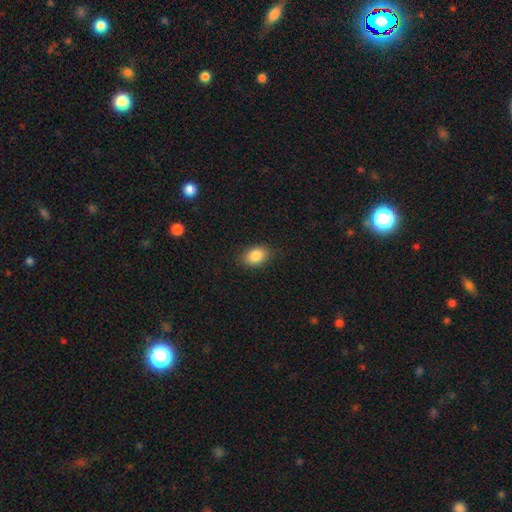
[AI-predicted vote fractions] smooth_or_featured: smooth (p=0.87) [alt: star or artifact p=0.08]
how_rounded: in between (p=0.80) [alt: round p=0.19]
merging: none (p=0.86) [alt: minor disturbance p=0.11]